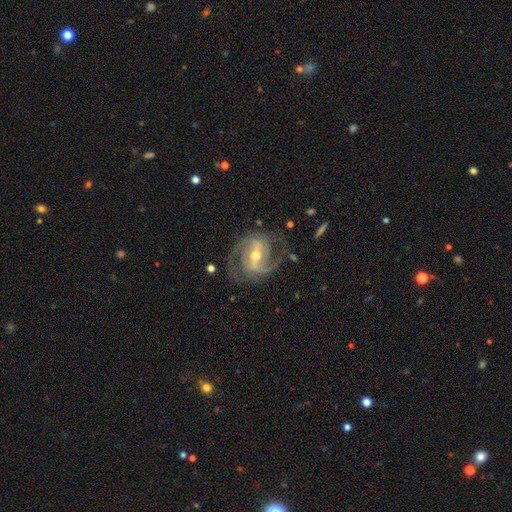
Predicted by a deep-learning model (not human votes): featured or disk 88%, smooth 7%, star or artifact 5%. Down the decision tree: edge-on disk — no (96%); bar — strong (52%); spiral arms — yes (93%); spiral arm count — 2 (78%); spiral winding — medium (50%); bulge size — moderate (61%); merging — none (69%).